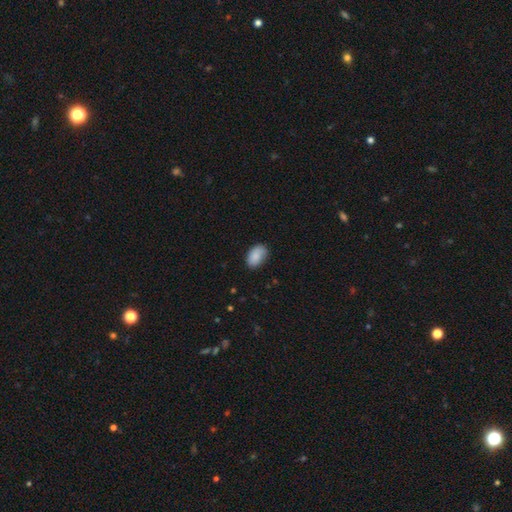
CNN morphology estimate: The model was most divided on "merging": none: 76%, minor disturbance: 19%, major disturbance: 4%, merger: 1%. More confident: how rounded — in between (90%); smooth or featured — smooth (86%).